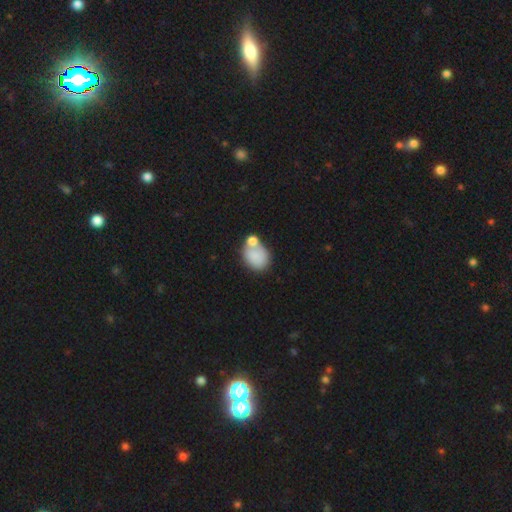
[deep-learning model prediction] A smooth galaxy with no disk features (78%) that is in between round and cigar-shaped (58%). Merging: merger (41%).